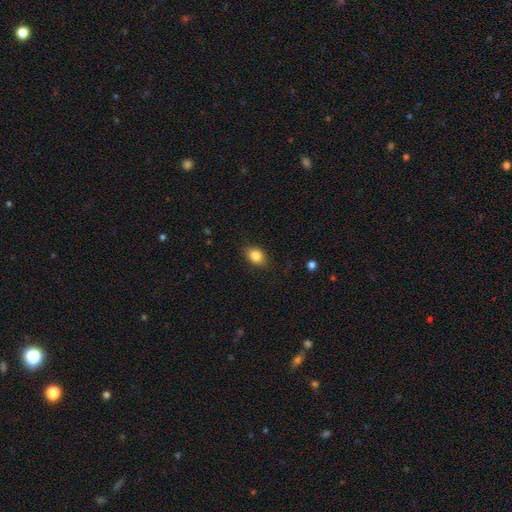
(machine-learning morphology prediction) Smooth or featured?
  - smooth: 84% *
  - star or artifact: 9%
  - featured or disk: 7%
How rounded?
  - in between: 73% *
  - round: 26%
  - cigar-shaped: 1%
Merging?
  - none: 83% *
  - minor disturbance: 13%
  - major disturbance: 3%
  - merger: 1%